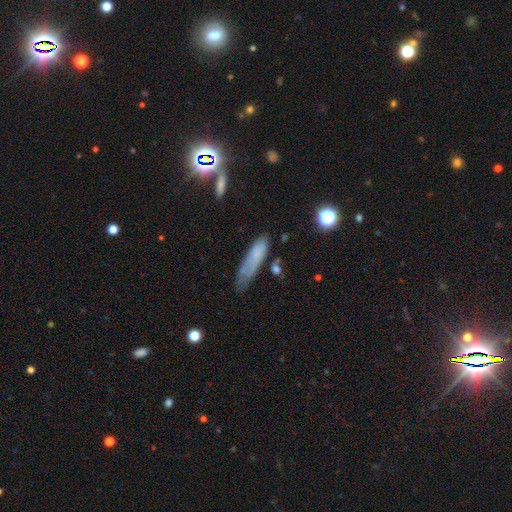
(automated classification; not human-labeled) Smooth or featured? Predicted: smooth (p=0.66). How rounded? Predicted: cigar-shaped (p=0.67). Merging? Predicted: none (p=0.45).